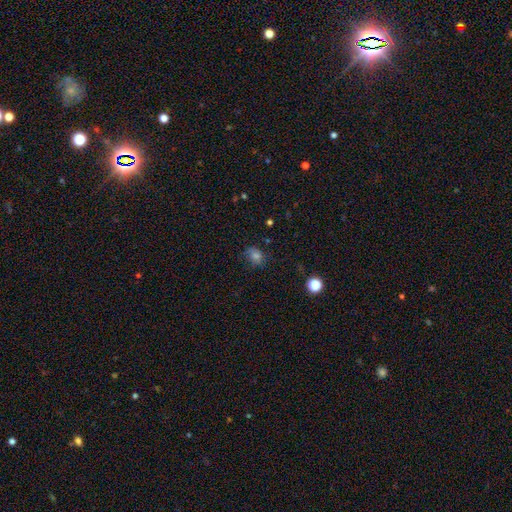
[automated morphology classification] A smooth galaxy with no disk features (66%) that is round (52%).

Vote fractions:
- Smooth or featured? smooth: 66% / star or artifact: 21% / featured or disk: 13%
- How rounded? round: 52% / in between: 47% / cigar-shaped: 1%
- Merging? none: 68% / minor disturbance: 22% / major disturbance: 8% / merger: 2%